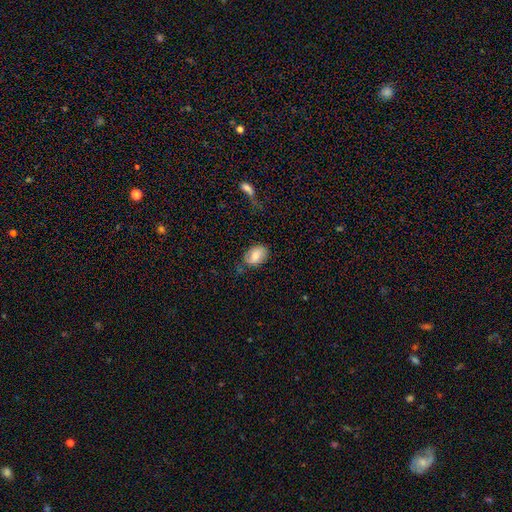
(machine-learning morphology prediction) Q: Smooth or featured?
A: smooth (75%); runner-up: featured or disk (18%)
Q: How rounded?
A: in between (84%); runner-up: round (15%)
Q: Merging?
A: none (69%); runner-up: minor disturbance (22%)